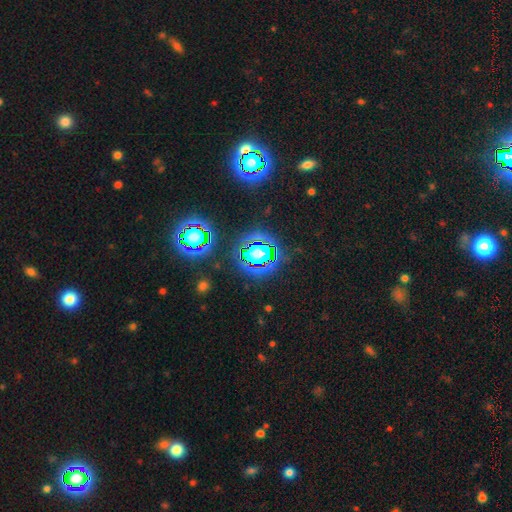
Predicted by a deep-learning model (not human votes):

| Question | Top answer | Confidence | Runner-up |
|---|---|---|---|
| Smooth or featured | star or artifact | 61% | smooth (25%) |